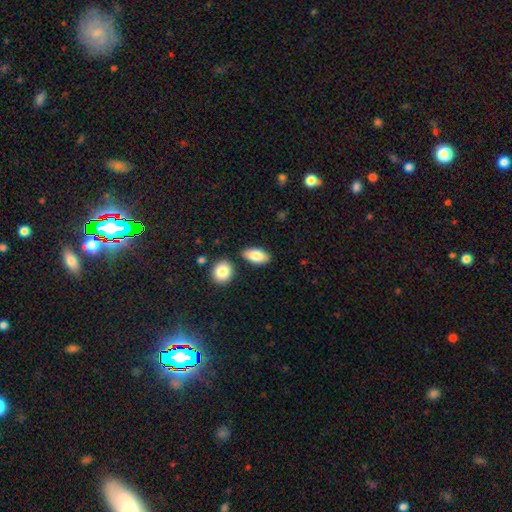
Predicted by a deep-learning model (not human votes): smooth 83%, featured or disk 11%, star or artifact 6%. Down the decision tree: how rounded — in between (91%); merging — none (81%).